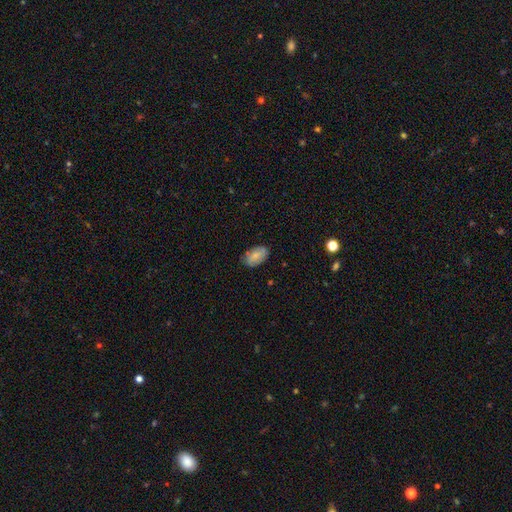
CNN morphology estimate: type=smooth (76%); roundness=in between (93%); merging=none (79%).